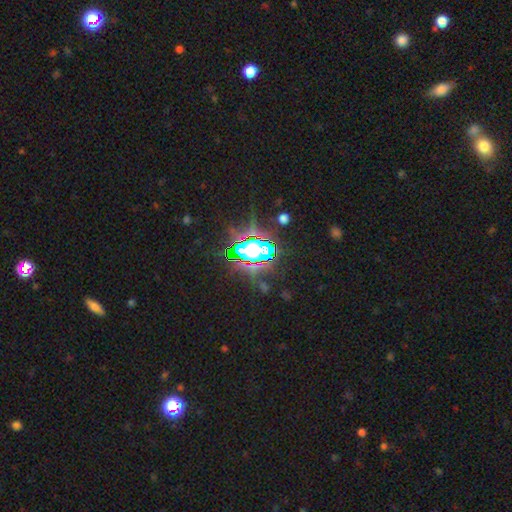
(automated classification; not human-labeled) smooth_or_featured: star or artifact (p=0.76) [alt: smooth p=0.13]